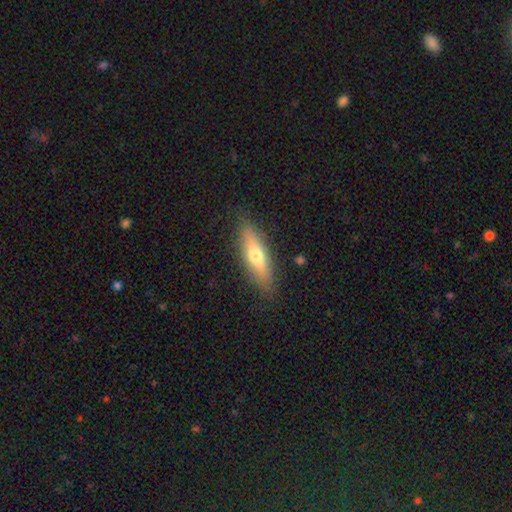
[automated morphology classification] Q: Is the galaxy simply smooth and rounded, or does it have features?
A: smooth — 56%.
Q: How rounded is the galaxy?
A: cigar-shaped — 63%.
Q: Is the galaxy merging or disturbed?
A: none — 86%.